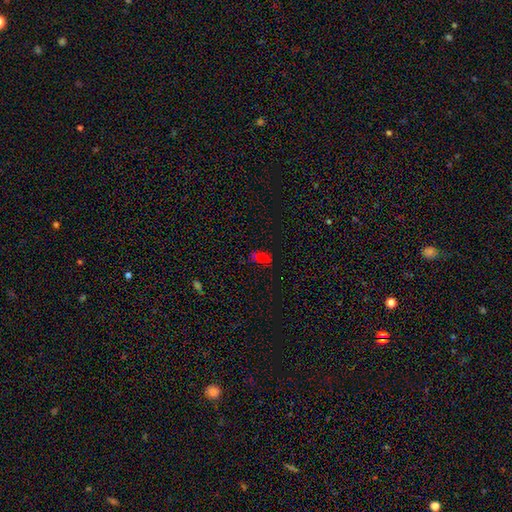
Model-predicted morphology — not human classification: Smooth or featured: smooth — 57% (star or artifact — 33%)
How rounded: in between — 83% (round — 12%)
Merging: none — 50% (minor disturbance — 21%)